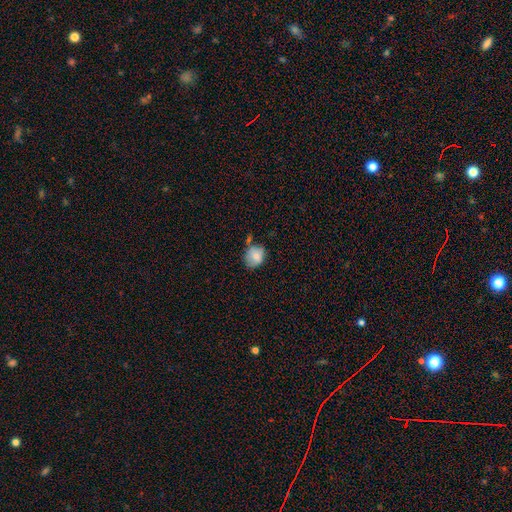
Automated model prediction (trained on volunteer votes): Smooth or featured: smooth — 77% (featured or disk — 15%)
How rounded: round — 58% (in between — 41%)
Merging: none — 51% (minor disturbance — 30%)